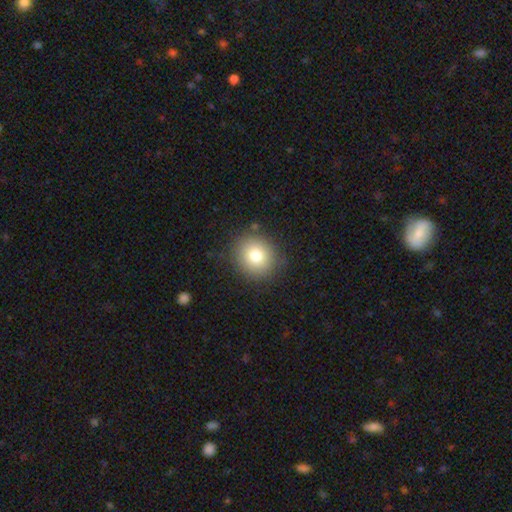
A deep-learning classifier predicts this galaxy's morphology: type=smooth (80%); roundness=round (84%); merging=none (87%).